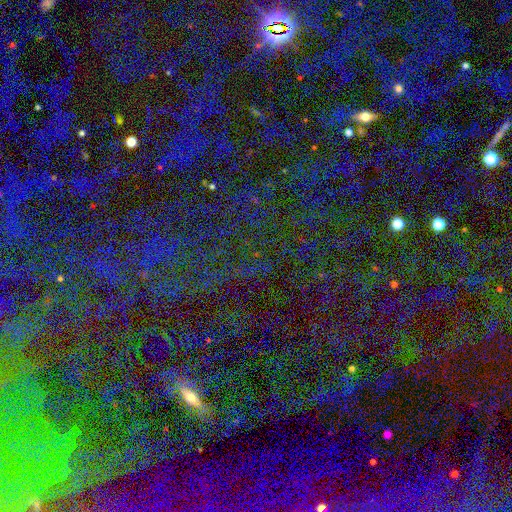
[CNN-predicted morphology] This is likely a star or artifact rather than a galaxy (79%).